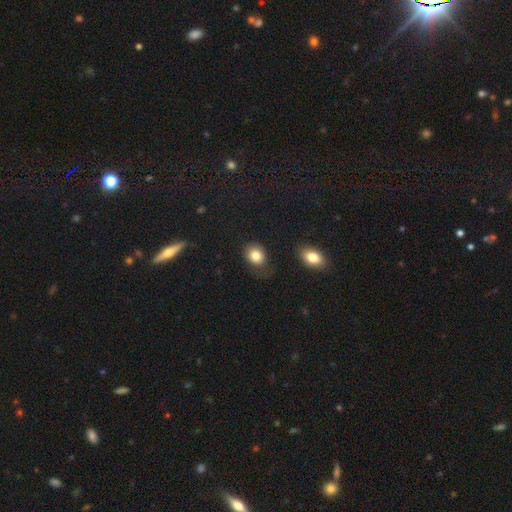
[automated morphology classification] Smooth or featured? smooth (83%)
How rounded? round (53%)
Merging? none (70%)